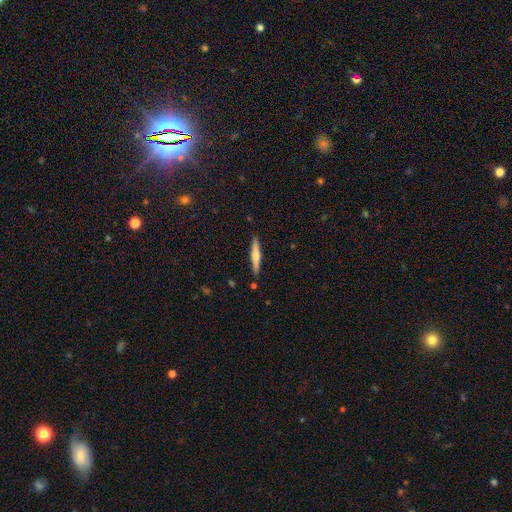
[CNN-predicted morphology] A smooth galaxy with no disk features (48%). Merging: none (89%).